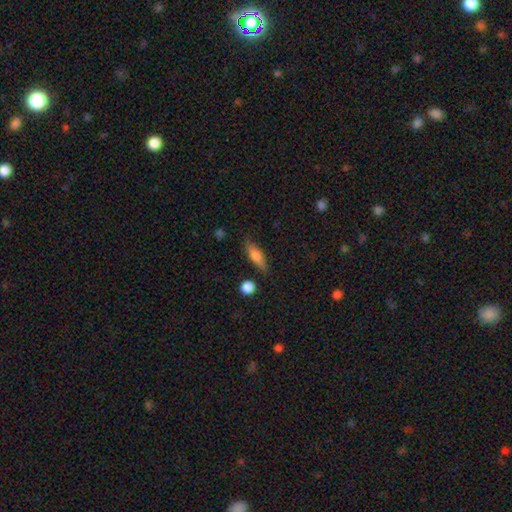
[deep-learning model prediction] Smooth or featured? Predicted: smooth (p=0.61). How rounded? Predicted: cigar-shaped (p=0.49). Merging? Predicted: none (p=0.78).